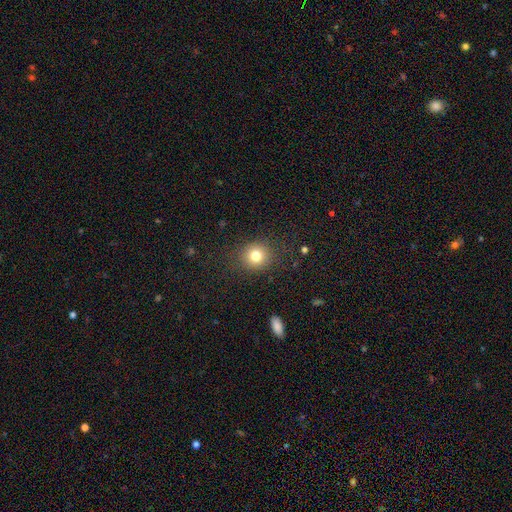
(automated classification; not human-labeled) smooth 79%, star or artifact 13%, featured or disk 8%. Down the decision tree: how rounded — round (87%); merging — none (87%).